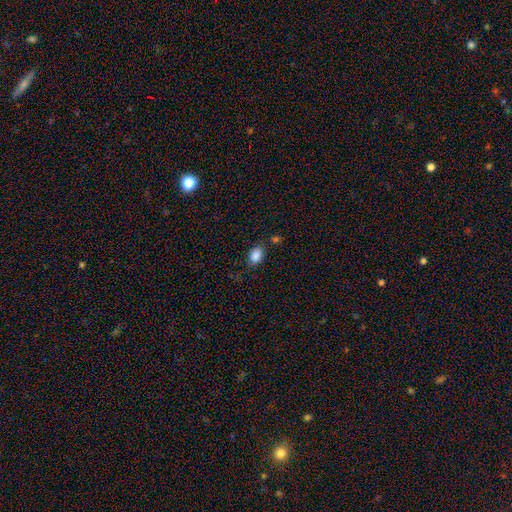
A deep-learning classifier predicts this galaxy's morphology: A smooth galaxy with no disk features (86%) that is in between round and cigar-shaped (79%). Merging: none (72%).